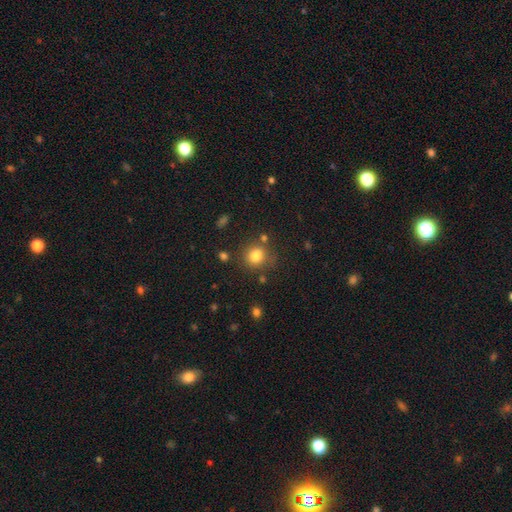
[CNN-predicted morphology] Overall: smooth (82%). How rounded: round (80%). Merging: none (76%).